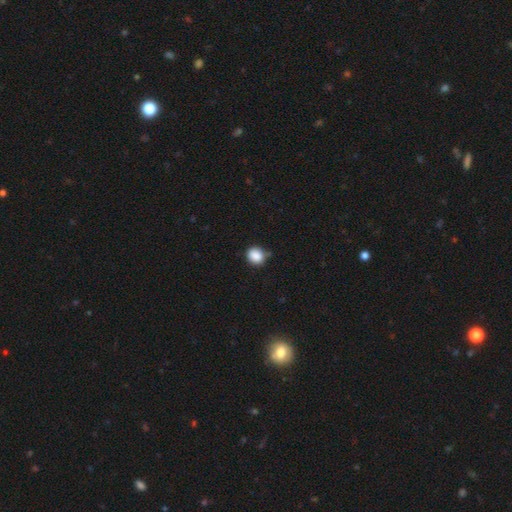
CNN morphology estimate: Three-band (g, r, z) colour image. It shows a smooth galaxy with no disk features (88%) that is round (75%). Merging: none (73%).